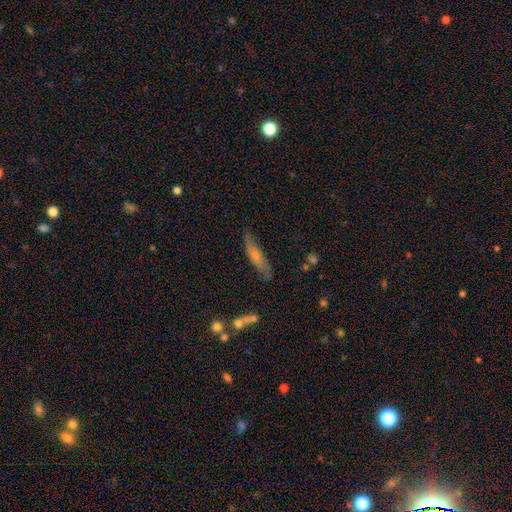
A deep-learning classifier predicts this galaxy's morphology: This is possibly a smooth galaxy (59%). How rounded: clearly cigar-shaped (80%). Merging: likely none (73%).